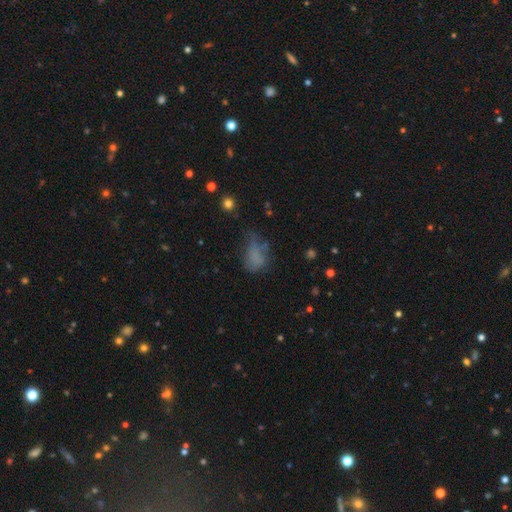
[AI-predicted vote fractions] Overall: smooth (64%). How rounded: in between (81%). Merging: none (35%; minor disturbance 31%).